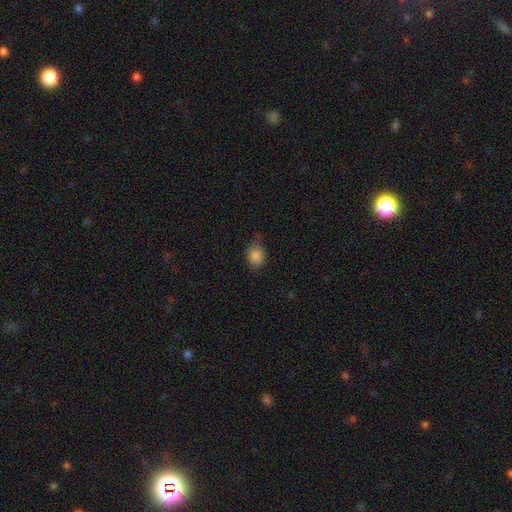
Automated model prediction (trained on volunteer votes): smooth-or-featured: smooth: 86% | star or artifact: 9% | featured or disk: 5%
  how-rounded: in between: 54% | round: 45% | cigar-shaped: 1%
  merging: none: 64% | minor disturbance: 29% | major disturbance: 5% | merger: 2%